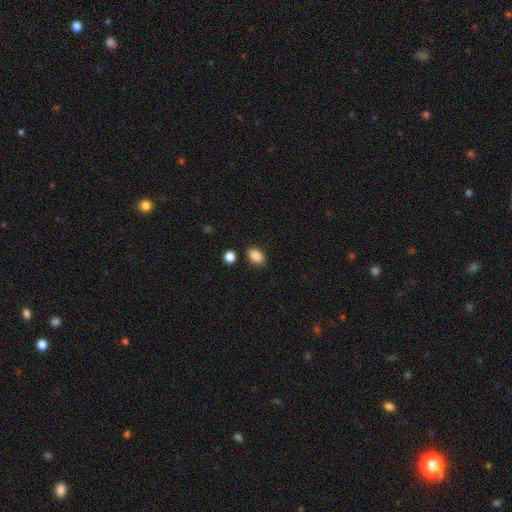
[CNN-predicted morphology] smooth 88%, star or artifact 9%, featured or disk 4%. Down the decision tree: how rounded — in between (88%); merging — none (84%).